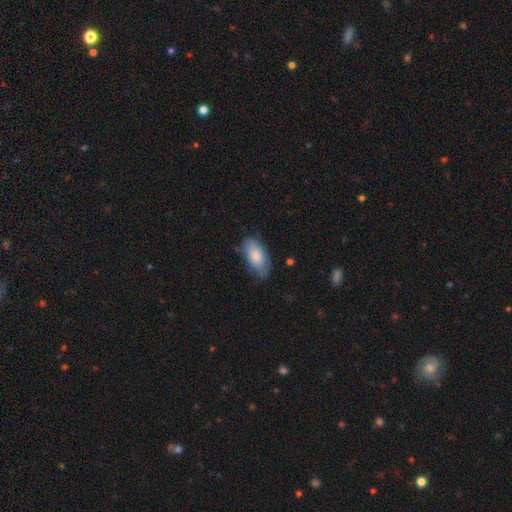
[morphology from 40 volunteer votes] Smooth or featured?
  - smooth: 88% *
  - featured or disk: 12%
  - star or artifact: 0%
How rounded?
  - in between: 94% *
  - cigar-shaped: 6%
  - round: 0%
Merging?
  - none: 65% *
  - minor disturbance: 30%
  - major disturbance: 5%
  - merger: 0%